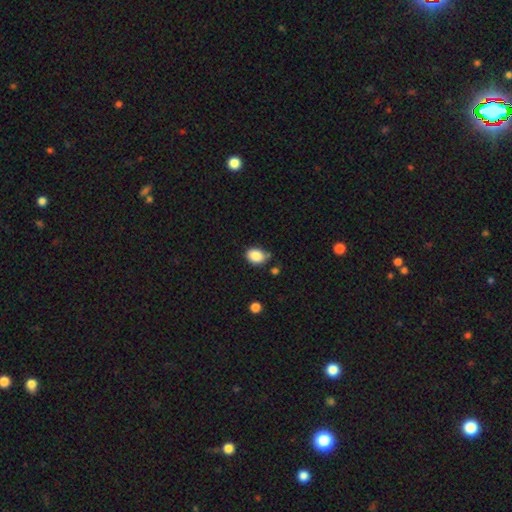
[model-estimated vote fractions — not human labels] Smooth or featured?
  - smooth: 87% *
  - star or artifact: 8%
  - featured or disk: 5%
How rounded?
  - in between: 68% *
  - round: 31%
  - cigar-shaped: 1%
Merging?
  - none: 70% *
  - minor disturbance: 21%
  - merger: 5%
  - major disturbance: 4%